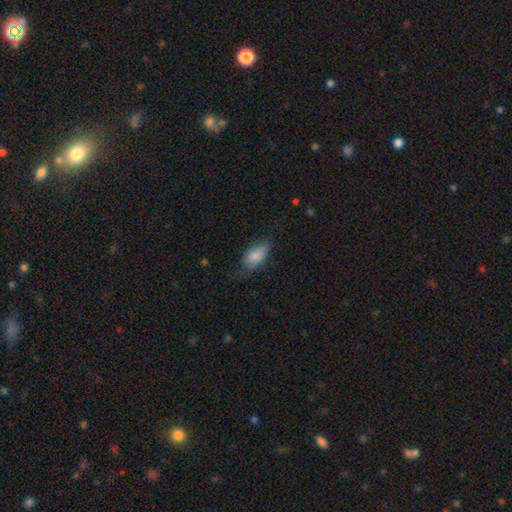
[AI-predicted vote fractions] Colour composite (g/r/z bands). It shows a smooth galaxy with no disk features (81%) that is in between round and cigar-shaped (91%). Merging: none (61%).